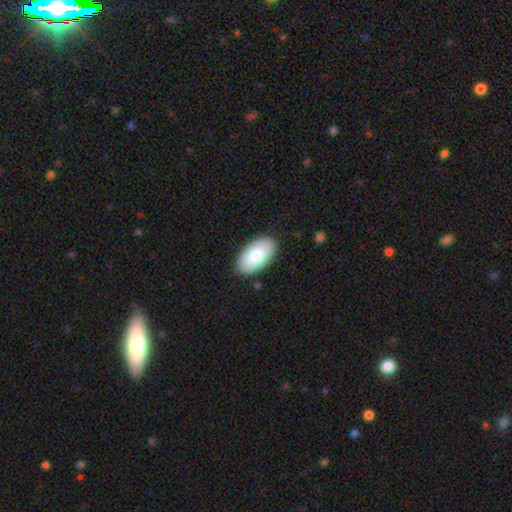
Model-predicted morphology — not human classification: Smooth or featured: smooth — 81% (featured or disk — 13%)
How rounded: in between — 96% (round — 2%)
Merging: none — 88% (minor disturbance — 9%)